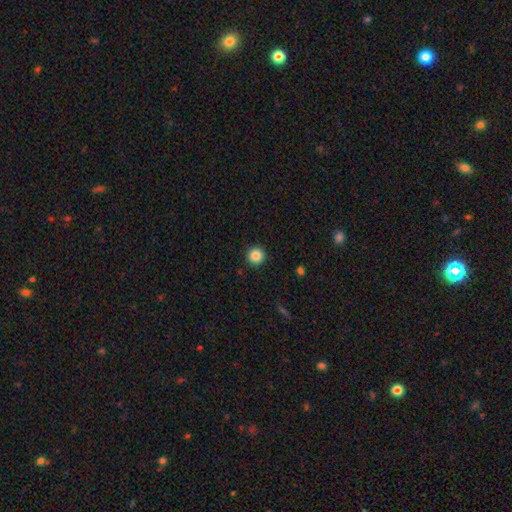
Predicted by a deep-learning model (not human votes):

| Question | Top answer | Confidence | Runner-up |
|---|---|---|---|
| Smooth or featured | smooth | 86% | star or artifact (10%) |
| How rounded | round | 96% | in between (3%) |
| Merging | none | 93% | minor disturbance (5%) |